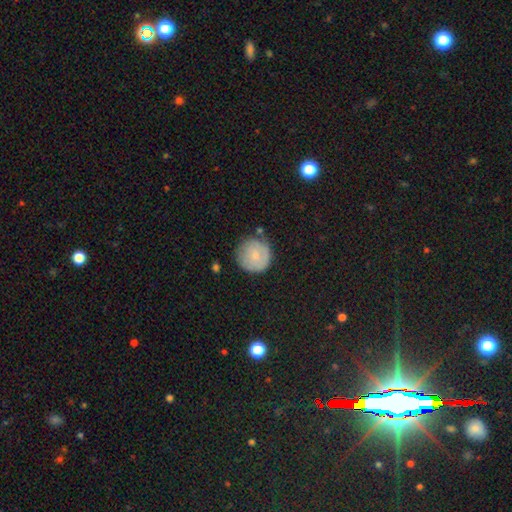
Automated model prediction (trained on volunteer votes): smooth 65%, featured or disk 27%, star or artifact 8%. Down the decision tree: how rounded — round (94%); merging — none (73%).